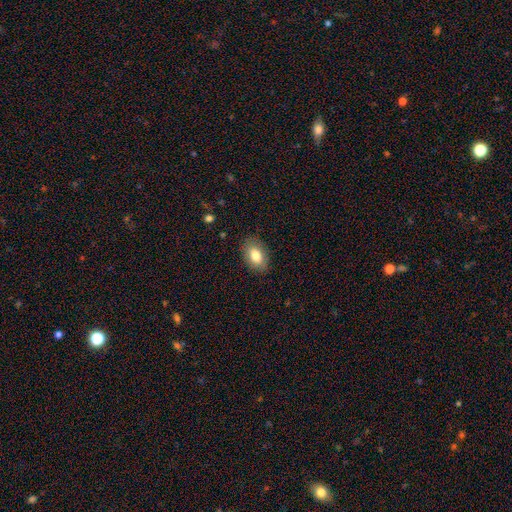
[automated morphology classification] smooth-or-featured: smooth: 80% | featured or disk: 12% | star or artifact: 7%
  how-rounded: in between: 89% | round: 9% | cigar-shaped: 1%
  merging: none: 86% | minor disturbance: 11% | major disturbance: 3% | merger: 1%